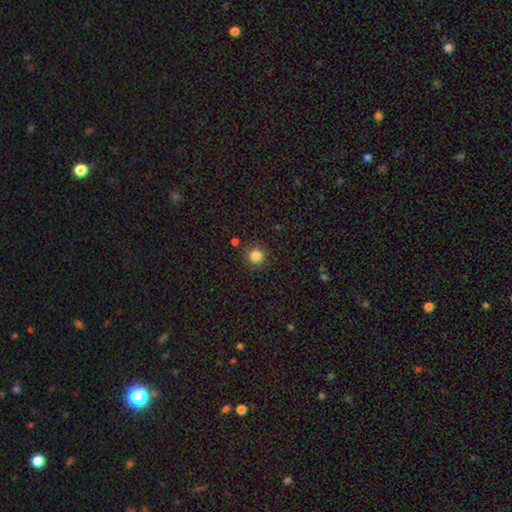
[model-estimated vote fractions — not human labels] Overall: smooth (84%). How rounded: round (94%). Merging: none (89%).